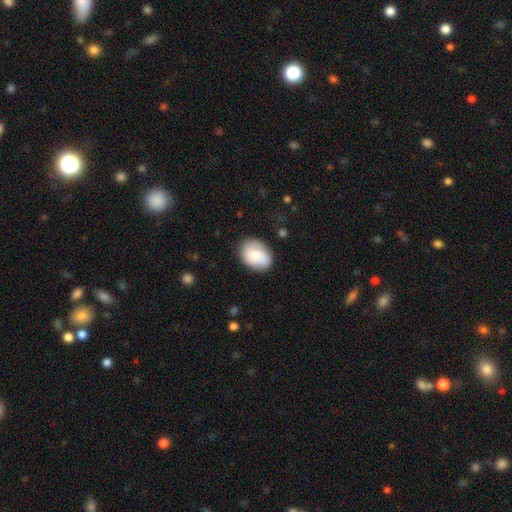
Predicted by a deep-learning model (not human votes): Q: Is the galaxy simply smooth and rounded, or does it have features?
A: smooth — 74%.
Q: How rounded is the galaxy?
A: in between — 71%.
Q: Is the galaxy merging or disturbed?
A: none — 78%.